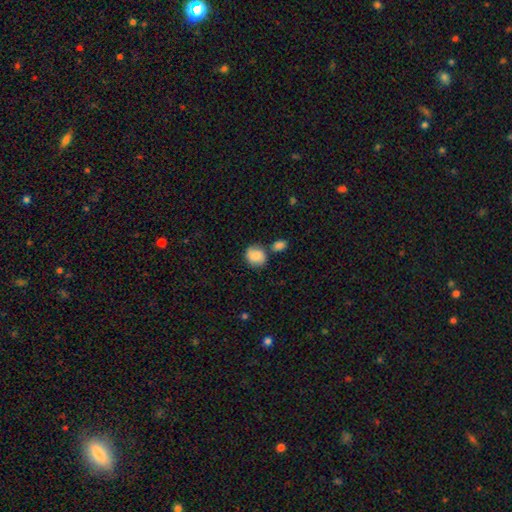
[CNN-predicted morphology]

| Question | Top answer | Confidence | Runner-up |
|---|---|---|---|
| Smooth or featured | smooth | 82% | featured or disk (10%) |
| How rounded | round | 75% | in between (24%) |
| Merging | none | 62% | merger (18%) |